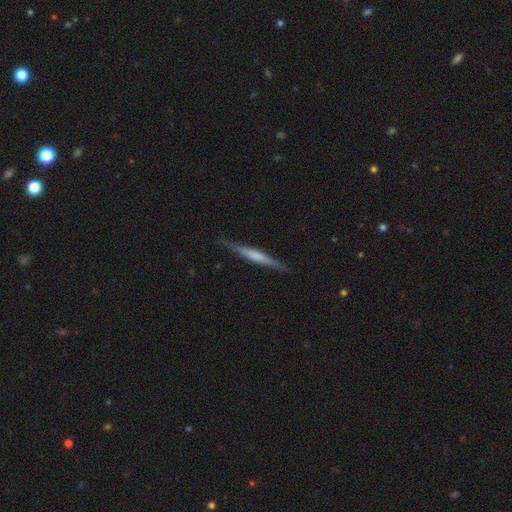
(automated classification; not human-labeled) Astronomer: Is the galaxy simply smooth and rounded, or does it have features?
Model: featured or disk — 57% (runner-up: smooth, 38%).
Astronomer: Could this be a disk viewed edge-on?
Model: yes — 97%.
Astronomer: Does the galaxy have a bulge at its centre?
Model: none — 41% (runner-up: rounded, 31%).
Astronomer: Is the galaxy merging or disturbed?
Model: none — 87%.